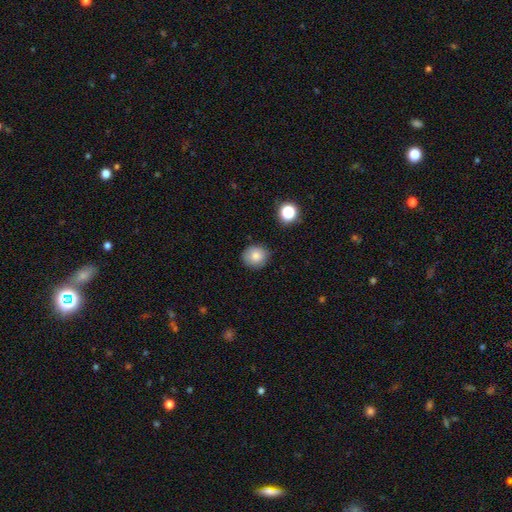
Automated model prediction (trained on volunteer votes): This appears to be a smooth galaxy with no disk features (82%) that is round (86%). Merging: none (86%).